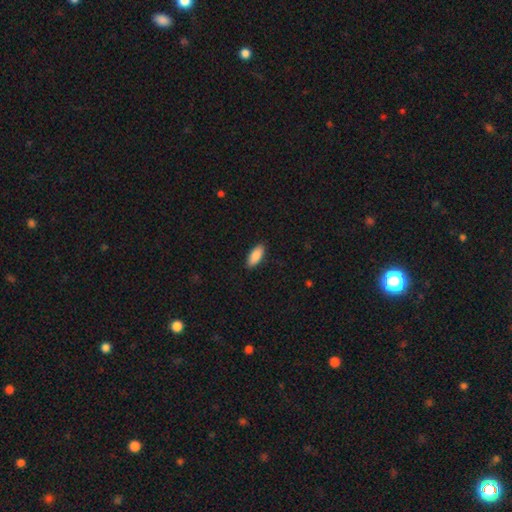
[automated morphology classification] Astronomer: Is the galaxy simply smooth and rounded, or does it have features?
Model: smooth — 89%.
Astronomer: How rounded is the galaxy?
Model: in between — 85%.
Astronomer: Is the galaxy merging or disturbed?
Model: none — 89%.